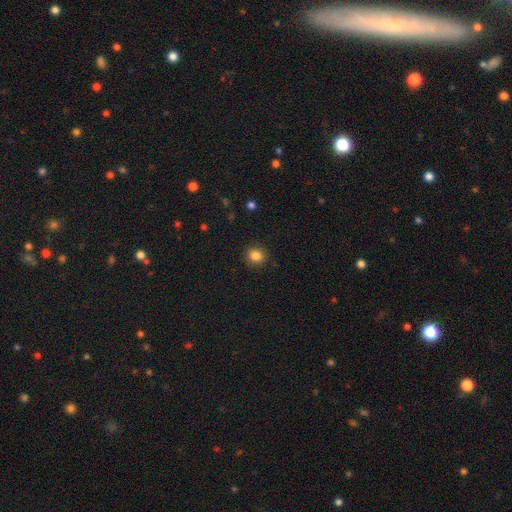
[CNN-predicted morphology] Smooth or featured: smooth — 85% (star or artifact — 11%)
How rounded: round — 76% (in between — 23%)
Merging: none — 90% (minor disturbance — 7%)